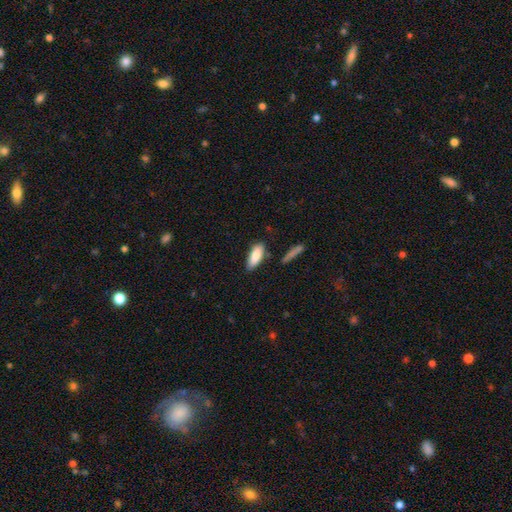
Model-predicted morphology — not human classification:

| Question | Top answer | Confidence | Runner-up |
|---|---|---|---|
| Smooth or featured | smooth | 84% | featured or disk (10%) |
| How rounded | in between | 78% | cigar-shaped (20%) |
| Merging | none | 78% | minor disturbance (15%) |